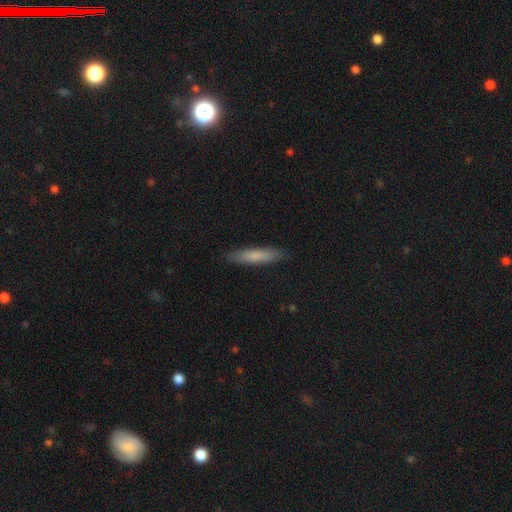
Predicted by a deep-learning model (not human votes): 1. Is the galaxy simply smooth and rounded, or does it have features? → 74% smooth, 20% featured or disk, 6% star or artifact.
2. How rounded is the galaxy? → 88% cigar-shaped, 11% in between, 1% round.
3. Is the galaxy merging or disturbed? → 88% none, 9% minor disturbance, 2% major disturbance, 1% merger.